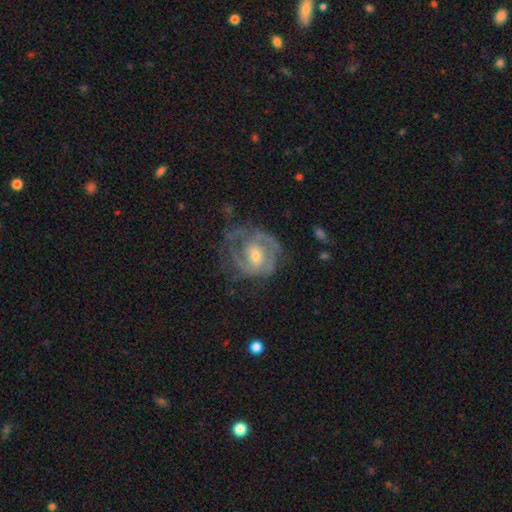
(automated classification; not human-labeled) smooth-or-featured: featured or disk: 79% | smooth: 15% | star or artifact: 6%
  disk-edge-on: no: 97% | yes: 3%
    bar: no: 50% | weak: 39% | strong: 11%
    has-spiral-arms: yes: 82% | no: 18%
      spiral-winding: tight: 51% | medium: 36% | loose: 13%
      spiral-arm-count: 2: 39% | can't tell: 33% | 3: 13% | 1: 8% | 4: 3% | more than 4: 3%
    bulge-size: small: 48% | moderate: 47% | large: 3% | none: 1% | dominant: 1%
  merging: none: 53% | minor disturbance: 23% | major disturbance: 23% | merger: 2%